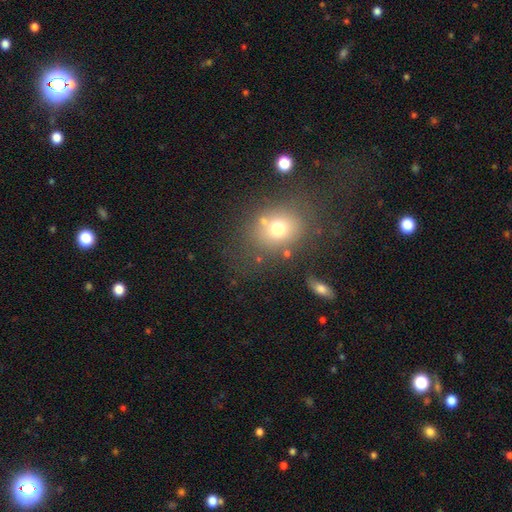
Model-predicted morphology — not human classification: The model was most divided on "how rounded": round: 54%, in between: 44%, cigar-shaped: 2%. More confident: smooth or featured — smooth (60%); merging — none (60%).